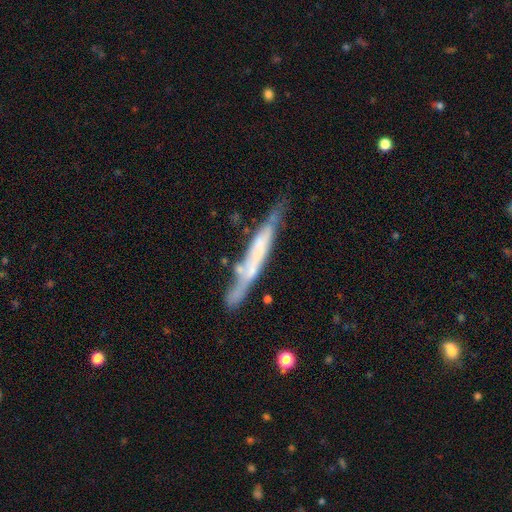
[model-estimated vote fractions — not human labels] A featured or disk galaxy (58%) viewed edge-on (81%). Merging: none (56%).